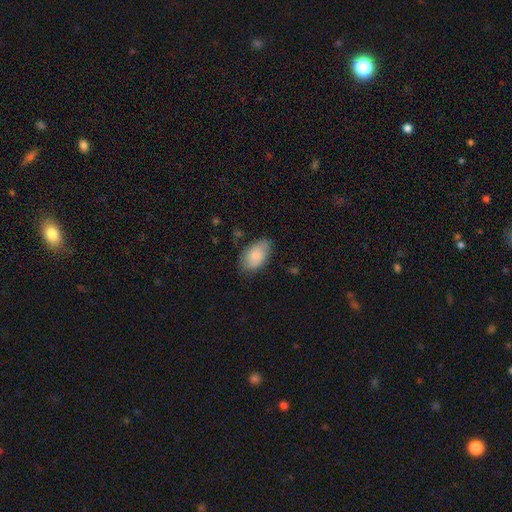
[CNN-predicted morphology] Smooth or featured? Predicted: smooth (p=0.86). How rounded? Predicted: in between (p=0.94). Merging? Predicted: none (p=0.75).